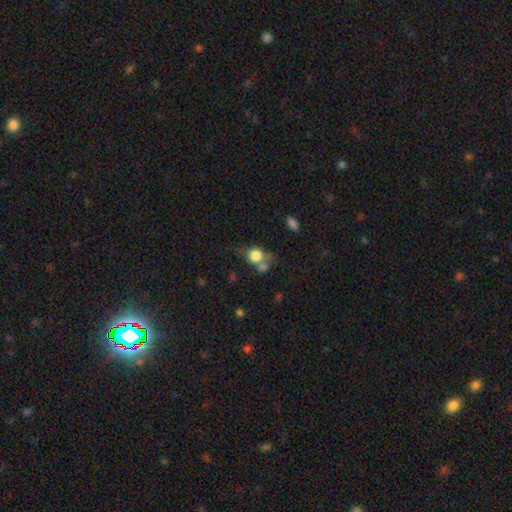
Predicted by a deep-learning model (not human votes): This is likely a smooth galaxy (74%). How rounded: likely round (73%). Merging: marginally none (41%).